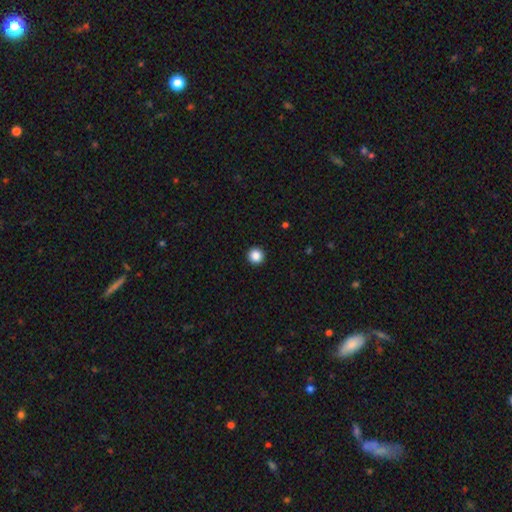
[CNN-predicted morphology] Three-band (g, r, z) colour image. It shows a smooth galaxy with no disk features (86%) that is round (95%). Merging: none (94%).